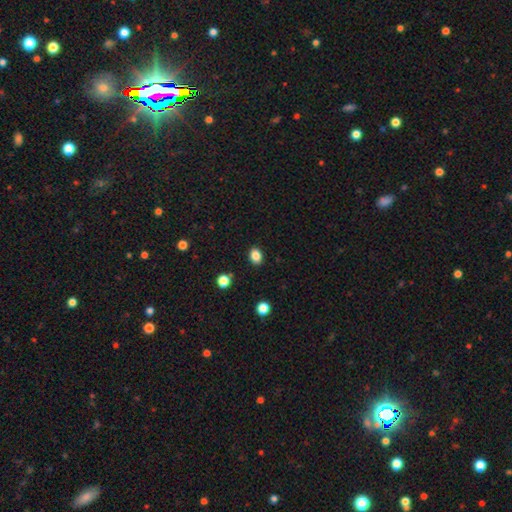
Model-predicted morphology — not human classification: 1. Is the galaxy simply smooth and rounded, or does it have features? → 85% smooth, 11% star or artifact, 4% featured or disk.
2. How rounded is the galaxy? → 63% in between, 36% round, 1% cigar-shaped.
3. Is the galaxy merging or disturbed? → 89% none, 8% minor disturbance, 2% major disturbance, 1% merger.